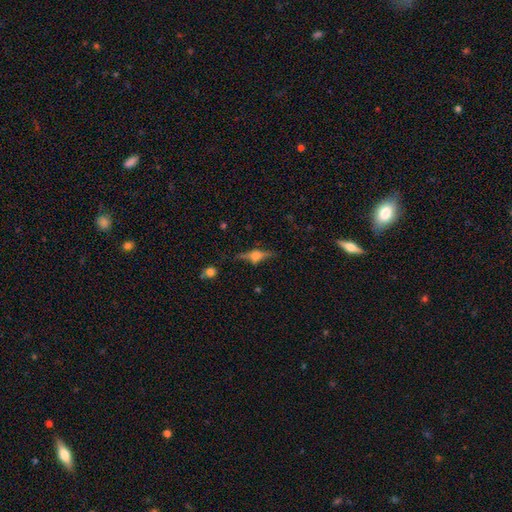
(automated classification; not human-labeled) Morphology: type=featured or disk (67%); edge-on=yes (94%); edge-on bulge=rounded (90%); merging=none (79%).